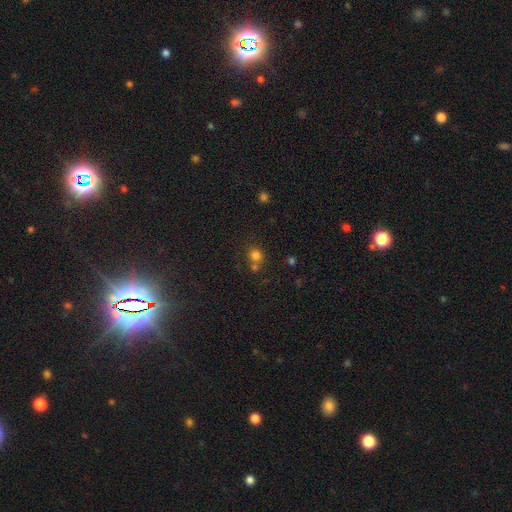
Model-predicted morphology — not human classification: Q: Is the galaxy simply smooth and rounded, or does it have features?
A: smooth — 76%.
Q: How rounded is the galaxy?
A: round — 82%.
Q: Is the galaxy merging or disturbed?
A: none — 57%.